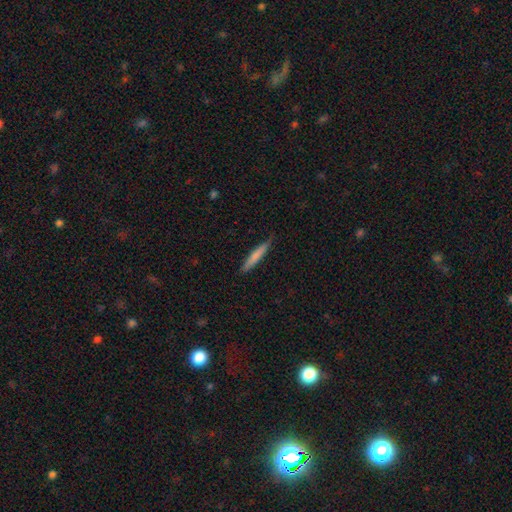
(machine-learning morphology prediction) The model was most divided on "smooth or featured": smooth: 72%, featured or disk: 22%, star or artifact: 5%. More confident: how rounded — cigar-shaped (94%); merging — none (84%).